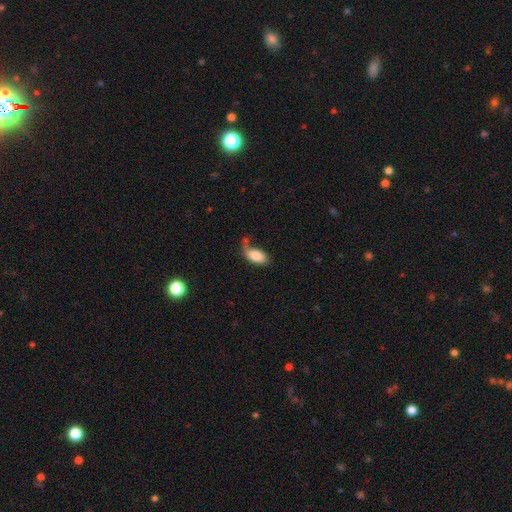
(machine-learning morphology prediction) Smooth or featured: smooth — 82% (featured or disk — 11%)
How rounded: in between — 92% (cigar-shaped — 4%)
Merging: none — 41% (minor disturbance — 25%)